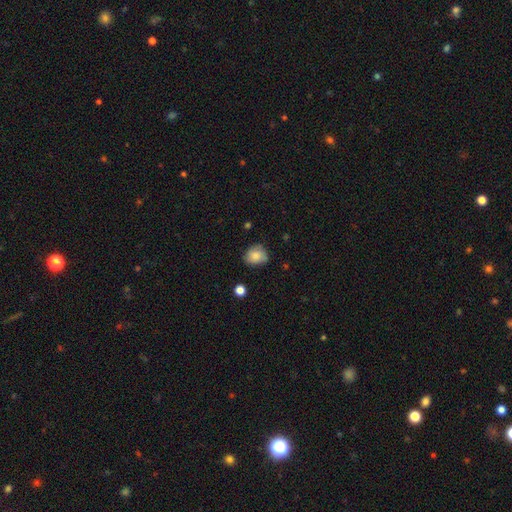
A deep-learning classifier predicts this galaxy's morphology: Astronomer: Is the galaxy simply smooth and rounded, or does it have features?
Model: smooth — 80%.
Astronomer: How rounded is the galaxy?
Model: round — 63%.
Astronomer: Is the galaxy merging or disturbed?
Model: none — 66%.